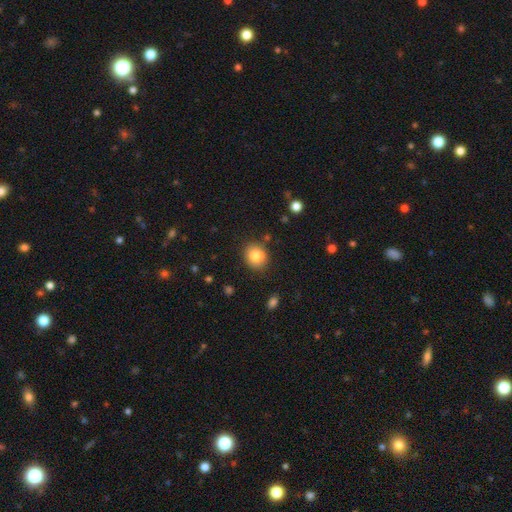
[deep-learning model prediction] smooth_or_featured: smooth (p=0.82) [alt: star or artifact p=0.10]
how_rounded: round (p=0.76) [alt: in between p=0.23]
merging: none (p=0.84) [alt: minor disturbance p=0.11]